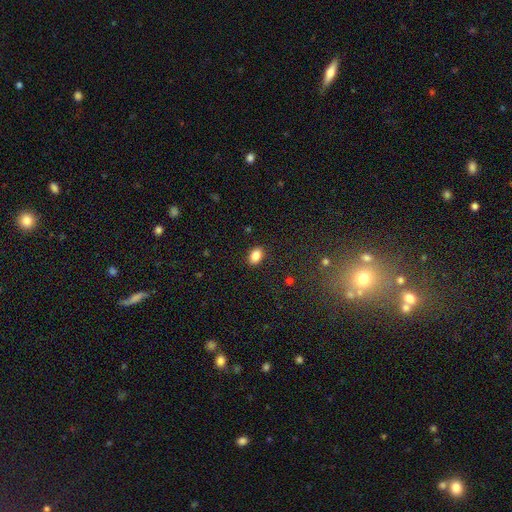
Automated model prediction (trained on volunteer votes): Q: Smooth or featured?
A: smooth (87%); runner-up: star or artifact (9%)
Q: How rounded?
A: in between (83%); runner-up: round (16%)
Q: Merging?
A: none (88%); runner-up: minor disturbance (9%)